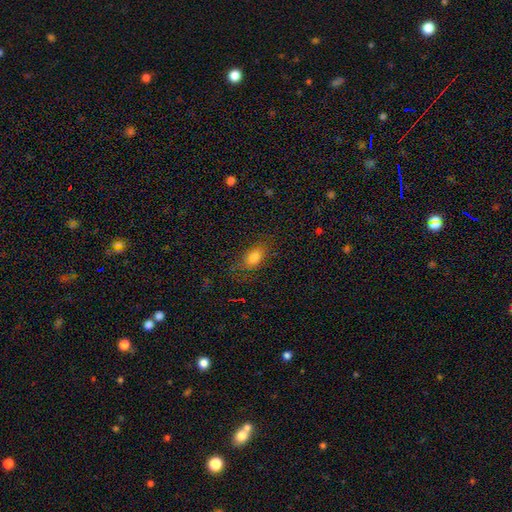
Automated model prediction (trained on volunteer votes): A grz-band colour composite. It shows a smooth galaxy with no disk features (64%) that is in between round and cigar-shaped (74%). Merging: none (78%).